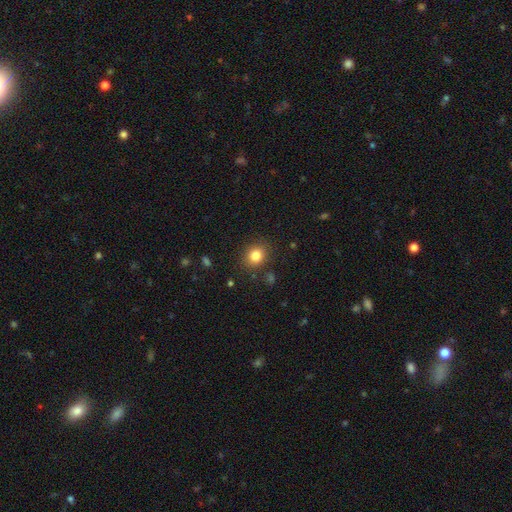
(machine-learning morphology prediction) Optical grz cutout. It shows a smooth galaxy with no disk features (82%) that is round (72%). Merging: none (86%).